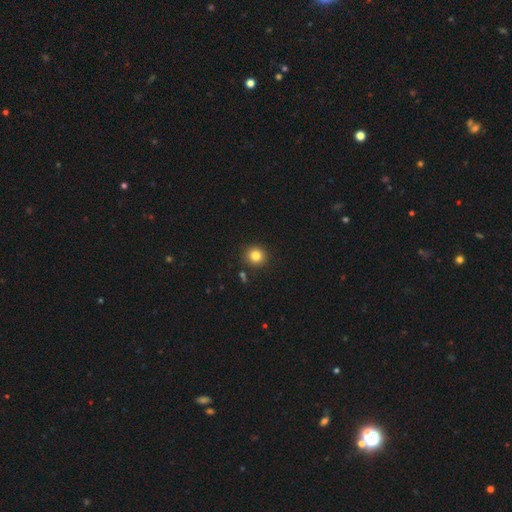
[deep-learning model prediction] Smooth or featured: smooth — 83% (star or artifact — 11%)
How rounded: round — 91% (in between — 8%)
Merging: none — 89% (minor disturbance — 6%)